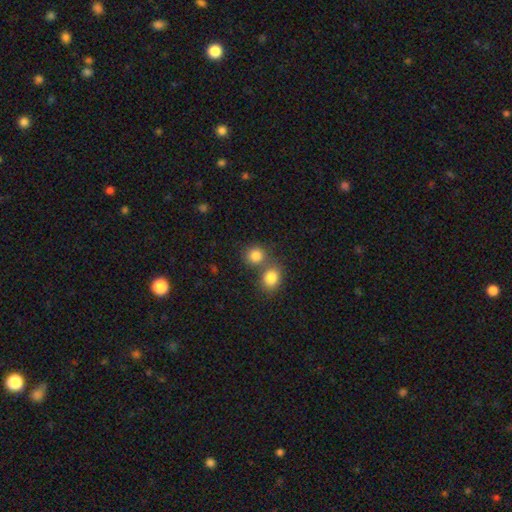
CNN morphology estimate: A smooth galaxy with no disk features (83%) that is round (81%). Merging: none (50%).